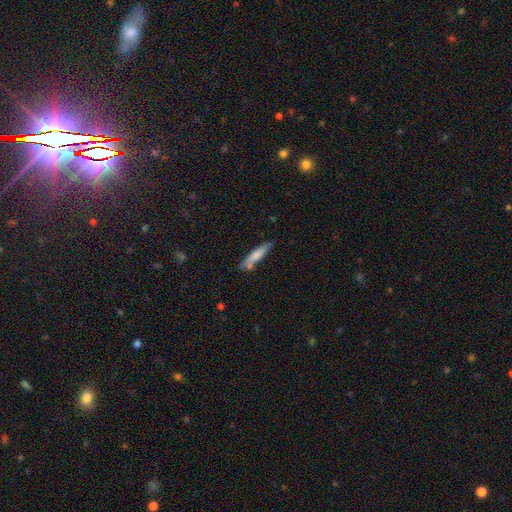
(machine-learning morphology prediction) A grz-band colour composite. It shows a smooth galaxy with no disk features (73%) that is cigar-shaped (84%). Merging: none (66%).